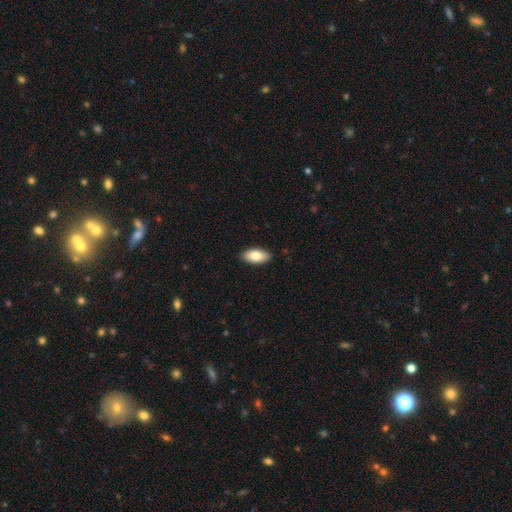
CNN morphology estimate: Smooth or featured? smooth (83%)
How rounded? in between (92%)
Merging? none (88%)